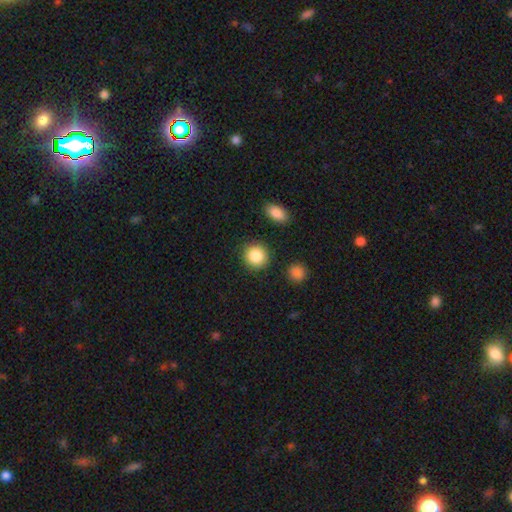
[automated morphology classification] This is clearly a smooth galaxy (87%). How rounded: clearly round (88%). Merging: clearly none (87%).